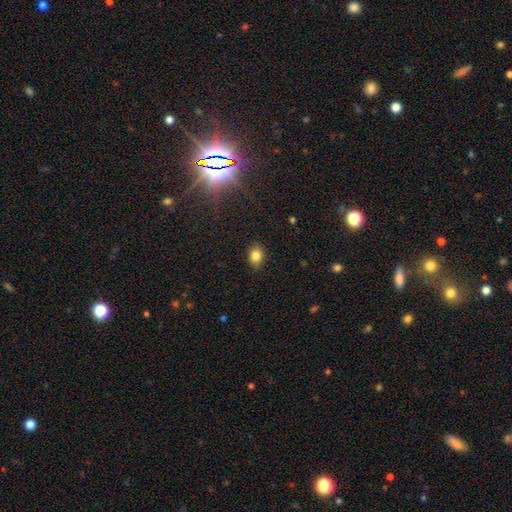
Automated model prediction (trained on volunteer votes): This is clearly a smooth galaxy (83%). How rounded: possibly in between (60%). Merging: clearly none (88%).